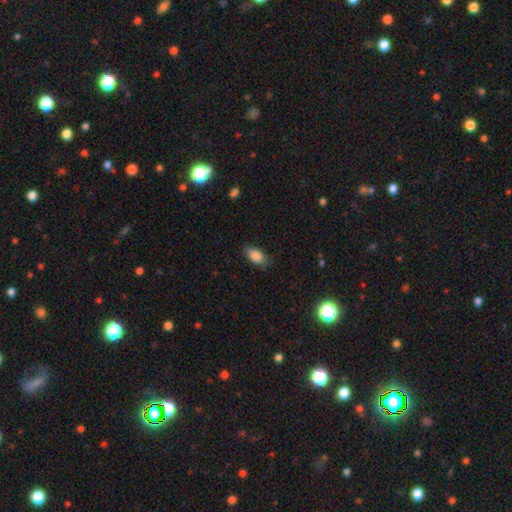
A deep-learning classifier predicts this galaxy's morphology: The model was most divided on "merging": none: 75%, minor disturbance: 19%, major disturbance: 4%, merger: 1%. More confident: how rounded — in between (91%); smooth or featured — smooth (86%).